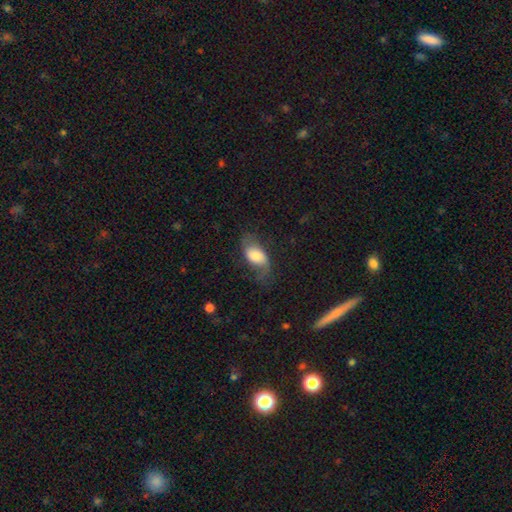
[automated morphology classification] Smooth or featured? Predicted: smooth (p=0.54). How rounded? Predicted: in between (p=0.90). Merging? Predicted: none (p=0.50).